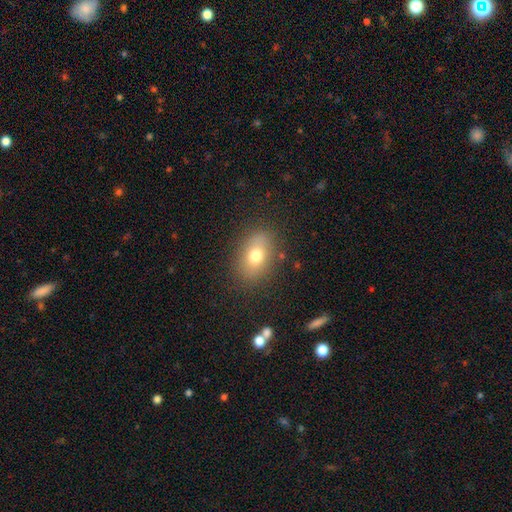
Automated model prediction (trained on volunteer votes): Morphology: type=smooth (73%); roundness=in between (81%); merging=none (84%).